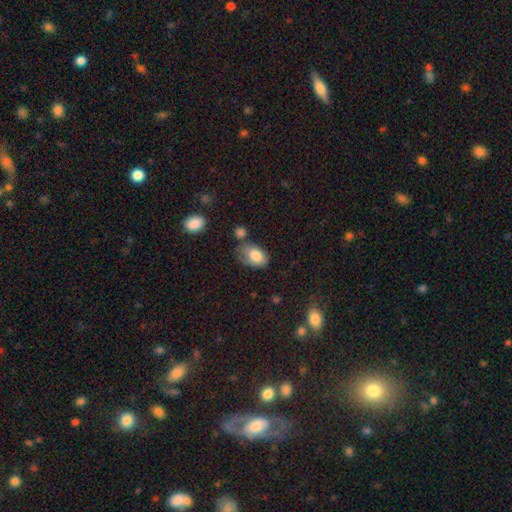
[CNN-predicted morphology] A smooth galaxy with no disk features (77%) that is in between round and cigar-shaped (88%).

Vote fractions:
- Smooth or featured? smooth: 77% / featured or disk: 16% / star or artifact: 7%
- How rounded? in between: 88% / round: 10% / cigar-shaped: 1%
- Merging? none: 40% / minor disturbance: 34% / major disturbance: 17% / merger: 9%